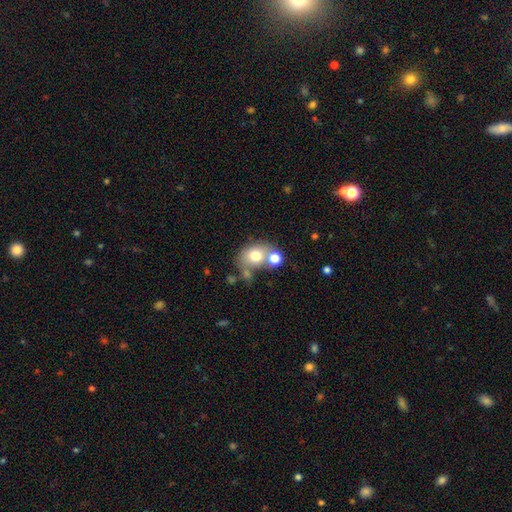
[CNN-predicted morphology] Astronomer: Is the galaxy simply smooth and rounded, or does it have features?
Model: smooth — 70%.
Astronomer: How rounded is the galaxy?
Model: in between — 52% (runner-up: round, 47%).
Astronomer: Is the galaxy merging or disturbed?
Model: none — 47% (runner-up: merger, 30%).